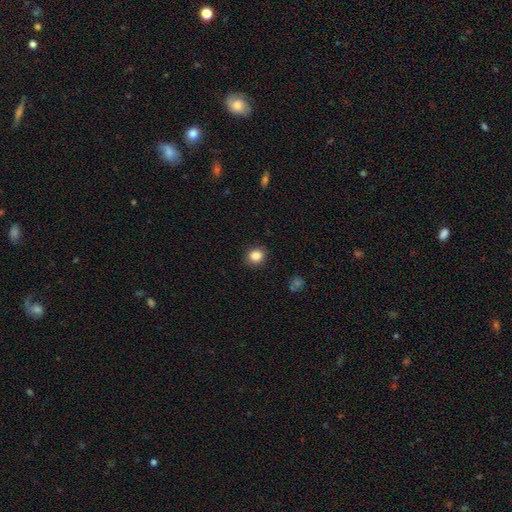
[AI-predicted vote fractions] A smooth galaxy with no disk features (86%) that is round (74%). Merging: none (89%).